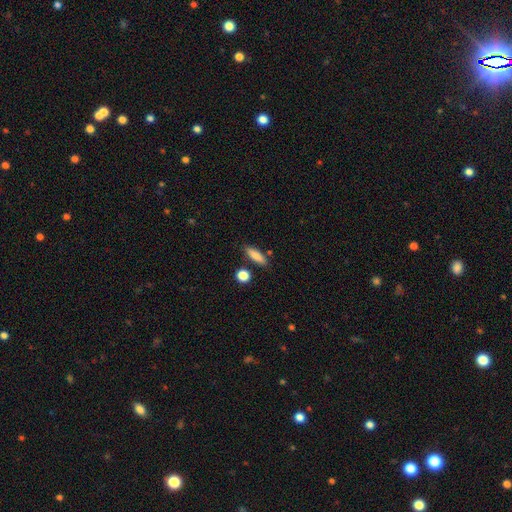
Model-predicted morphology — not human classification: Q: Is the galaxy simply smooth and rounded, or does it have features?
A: smooth — 84%.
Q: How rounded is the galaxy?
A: in between — 48%.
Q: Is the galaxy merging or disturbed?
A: none — 81%.